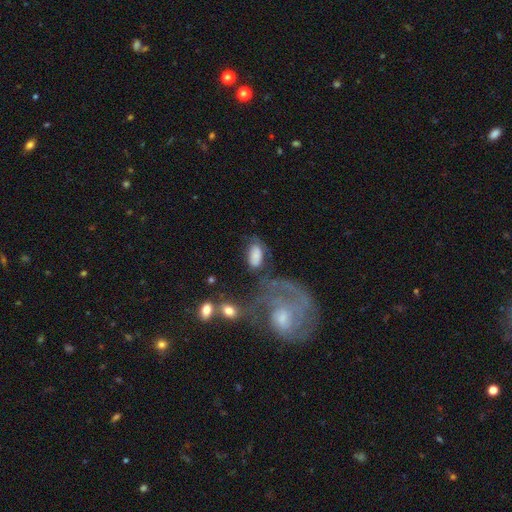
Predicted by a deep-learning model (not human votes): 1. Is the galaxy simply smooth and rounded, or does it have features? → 73% smooth, 18% featured or disk, 8% star or artifact.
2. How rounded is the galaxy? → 92% in between, 5% round, 3% cigar-shaped.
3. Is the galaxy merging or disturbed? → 47% none, 23% minor disturbance, 17% major disturbance, 12% merger.